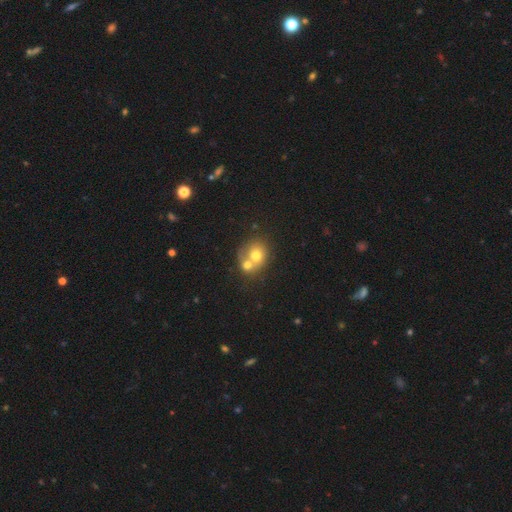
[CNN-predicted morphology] This is likely a smooth galaxy (67%). How rounded: likely round (72%). Merging: likely merger (63%).